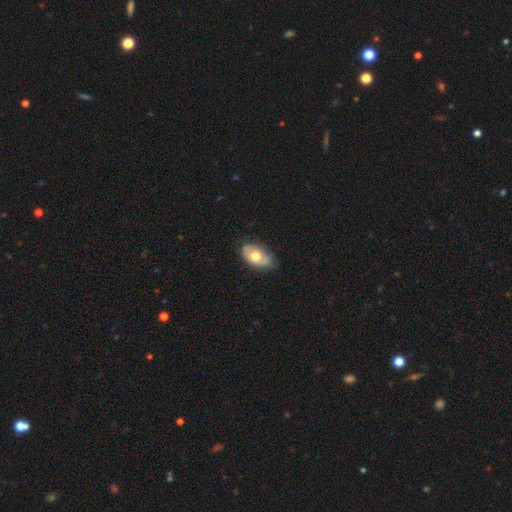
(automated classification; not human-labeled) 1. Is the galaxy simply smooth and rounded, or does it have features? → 59% smooth, 35% featured or disk, 6% star or artifact.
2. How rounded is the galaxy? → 91% in between, 7% round, 2% cigar-shaped.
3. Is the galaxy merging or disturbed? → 73% none, 22% minor disturbance, 4% major disturbance, 1% merger.